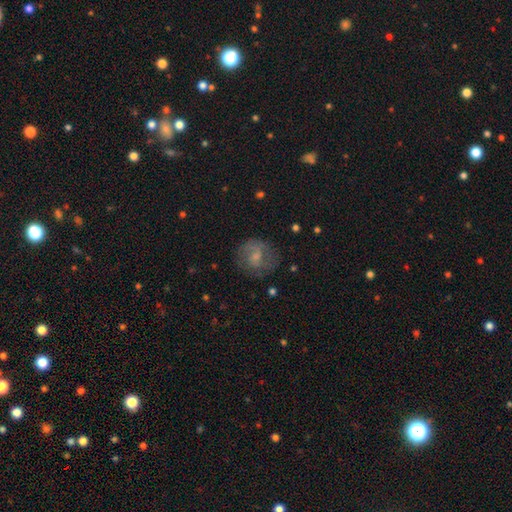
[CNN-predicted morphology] Overall: smooth (46%; featured or disk 44%). Merging: none (66%).